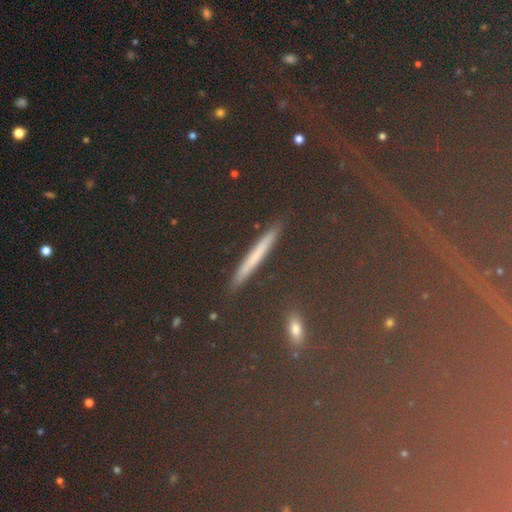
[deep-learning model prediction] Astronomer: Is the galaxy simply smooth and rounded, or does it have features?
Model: star or artifact — 41% (runner-up: smooth, 38%).